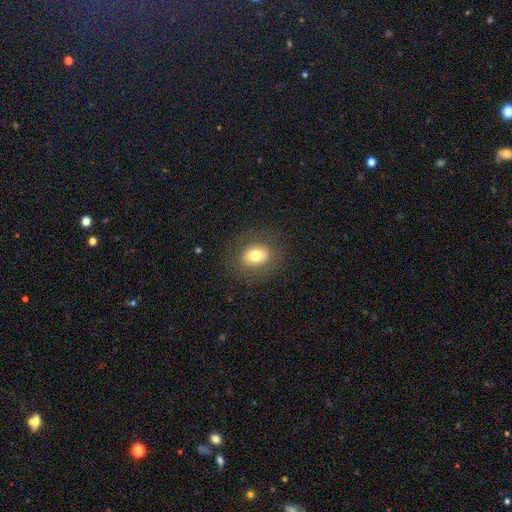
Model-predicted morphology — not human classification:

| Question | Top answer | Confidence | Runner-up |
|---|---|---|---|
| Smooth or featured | smooth | 72% | featured or disk (17%) |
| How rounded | round | 52% | in between (47%) |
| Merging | none | 83% | minor disturbance (10%) |